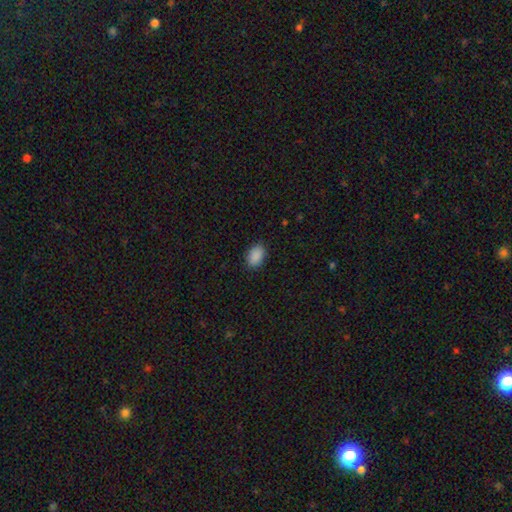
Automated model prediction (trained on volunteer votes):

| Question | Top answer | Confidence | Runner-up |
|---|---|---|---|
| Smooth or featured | smooth | 90% | star or artifact (8%) |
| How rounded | in between | 87% | round (12%) |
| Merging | none | 87% | minor disturbance (10%) |